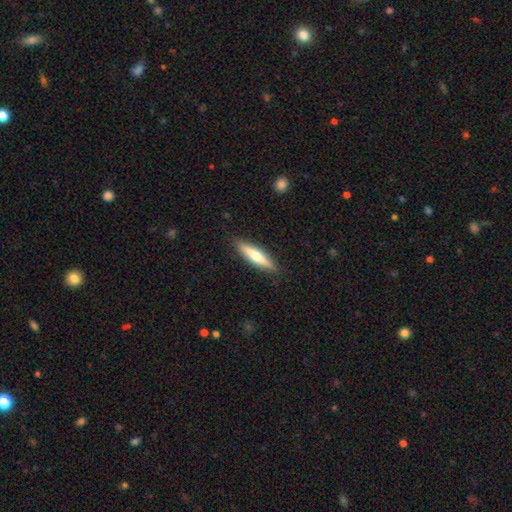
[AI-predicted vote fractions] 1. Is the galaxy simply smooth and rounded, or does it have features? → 58% smooth, 37% featured or disk, 6% star or artifact.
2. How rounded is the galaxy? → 82% cigar-shaped, 16% in between, 1% round.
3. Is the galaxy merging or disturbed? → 89% none, 8% minor disturbance, 2% major disturbance, 1% merger.